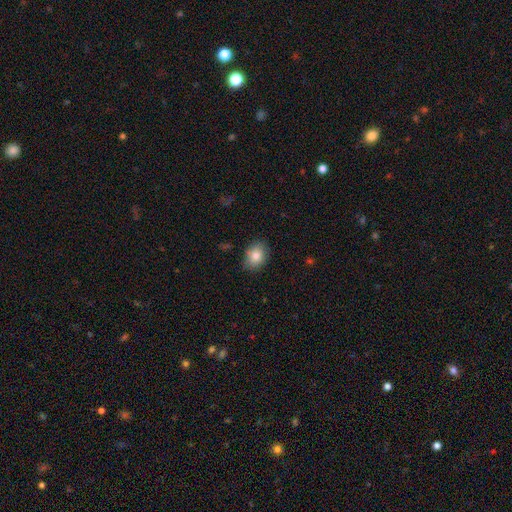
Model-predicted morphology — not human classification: This appears to be a smooth galaxy with no disk features (83%) that is in between round and cigar-shaped (65%). Merging: none (83%).